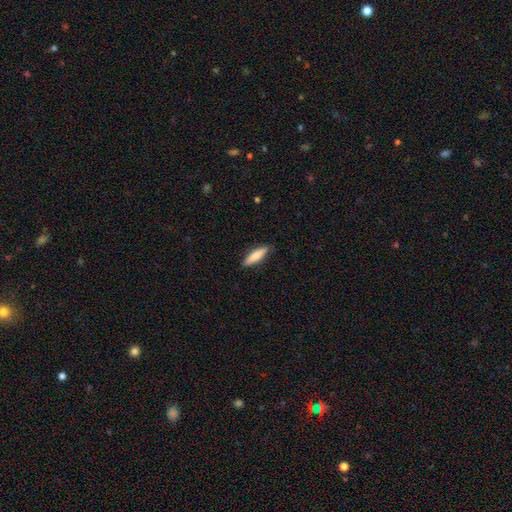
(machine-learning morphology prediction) The model was most divided on "how rounded": cigar-shaped: 70%, in between: 29%, round: 1%. More confident: merging — none (88%); smooth or featured — smooth (78%).